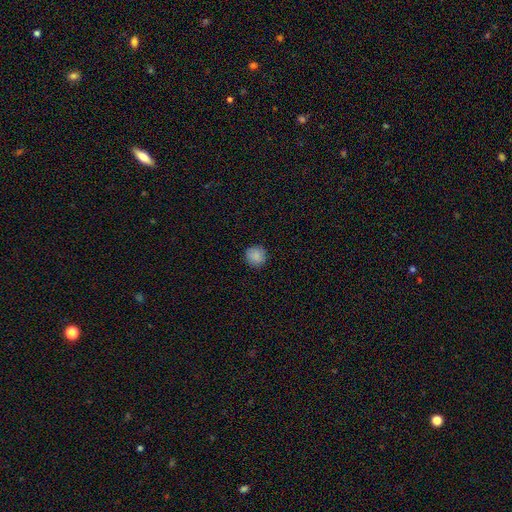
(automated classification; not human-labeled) The model was most divided on "smooth or featured": smooth: 87%, star or artifact: 9%, featured or disk: 5%. More confident: how rounded — round (92%); merging — none (88%).